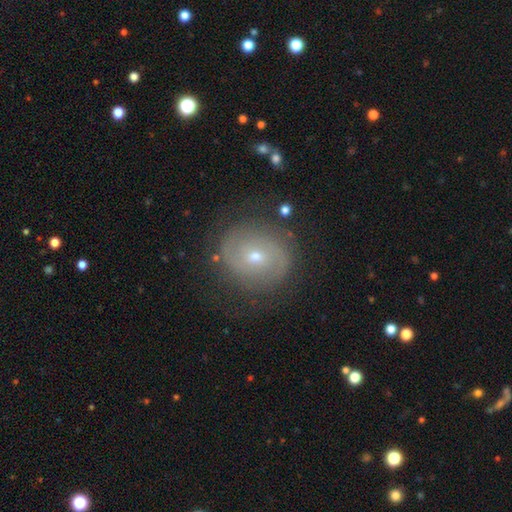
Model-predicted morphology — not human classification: A featured or disk galaxy (69%) with no bar (59%), 2 (70%) tight (50%) spiral arms (83%) and a small central bulge (61%).

Vote fractions:
- Smooth or featured? featured or disk: 69% / smooth: 22% / star or artifact: 9%
- Edge-on disk? no: 97% / yes: 3%
- Bar? no: 59% / weak: 33% / strong: 8%
- Spiral arms? yes: 83% / no: 17%
- Spiral winding? tight: 50% / medium: 36% / loose: 13%
- Spiral arm count? 2: 70% / can't tell: 19% / 3: 5% / 1: 3% / 4: 2% / more than 4: 2%
- Bulge size? small: 61% / moderate: 36% / large: 1% / none: 1% / dominant: 1%
- Merging? none: 79% / minor disturbance: 13% / major disturbance: 6% / merger: 2%